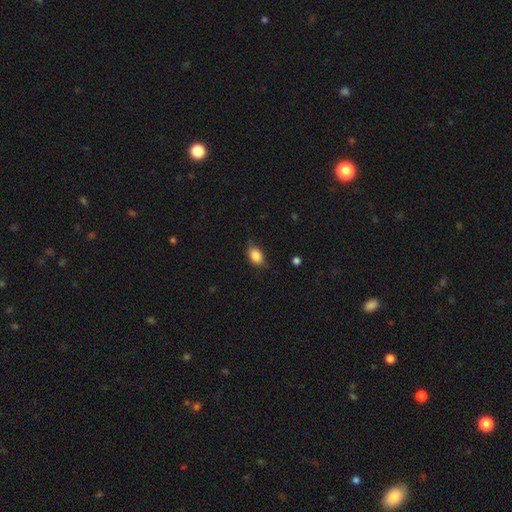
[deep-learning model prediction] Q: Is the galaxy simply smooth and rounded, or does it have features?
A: smooth — 86%.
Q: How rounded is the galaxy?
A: in between — 81%.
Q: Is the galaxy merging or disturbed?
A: none — 71%.